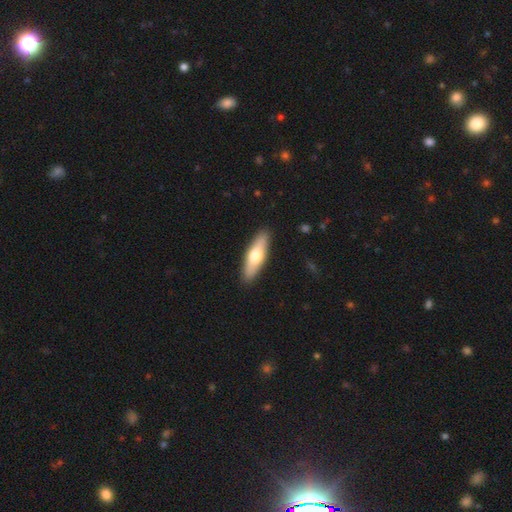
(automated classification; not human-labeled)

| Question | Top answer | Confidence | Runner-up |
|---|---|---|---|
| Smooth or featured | smooth | 58% | featured or disk (37%) |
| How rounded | cigar-shaped | 55% | in between (43%) |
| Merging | none | 90% | minor disturbance (7%) |